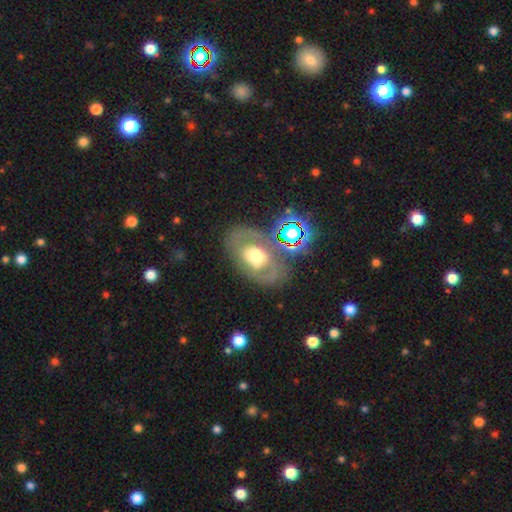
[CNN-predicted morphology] Q: Smooth or featured?
A: featured or disk (60%); runner-up: smooth (29%)
Q: Edge-on disk?
A: no (93%); runner-up: yes (7%)
Q: Bar?
A: no (59%); runner-up: weak (27%)
Q: Spiral arms?
A: no (53%); runner-up: yes (47%)
Q: Bulge size?
A: moderate (57%); runner-up: large (28%)
Q: Merging?
A: none (66%); runner-up: minor disturbance (16%)